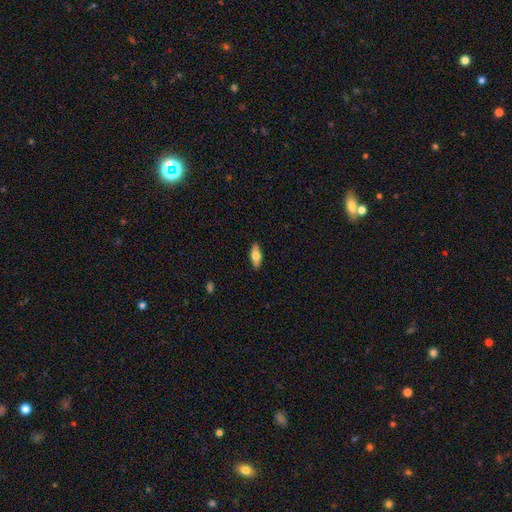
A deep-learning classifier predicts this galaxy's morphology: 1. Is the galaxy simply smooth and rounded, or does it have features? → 68% smooth, 26% featured or disk, 6% star or artifact.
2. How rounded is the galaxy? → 73% in between, 25% cigar-shaped, 3% round.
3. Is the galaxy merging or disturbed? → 88% none, 9% minor disturbance, 2% major disturbance, 1% merger.